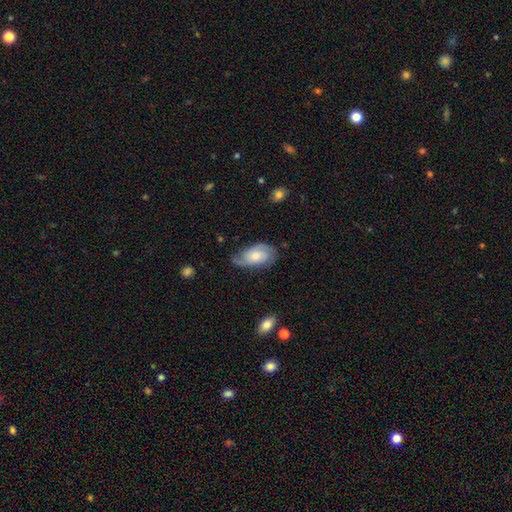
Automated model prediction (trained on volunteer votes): Smooth or featured?
  - featured or disk: 66% *
  - smooth: 28%
  - star or artifact: 6%
Edge-on disk?
  - no: 95% *
  - yes: 5%
Bar?
  - no: 70% *
  - weak: 26%
  - strong: 4%
Spiral arms?
  - yes: 92% *
  - no: 8%
Spiral winding?
  - tight: 43% *
  - medium: 41%
  - loose: 16%
Spiral arm count?
  - 2: 70% *
  - can't tell: 15%
  - 1: 7%
  - 3: 6%
  - 4: 2%
  - more than 4: 1%
Bulge size?
  - moderate: 49% *
  - small: 32%
  - large: 11%
  - none: 6%
  - dominant: 2%
Merging?
  - none: 63% *
  - minor disturbance: 26%
  - major disturbance: 9%
  - merger: 2%